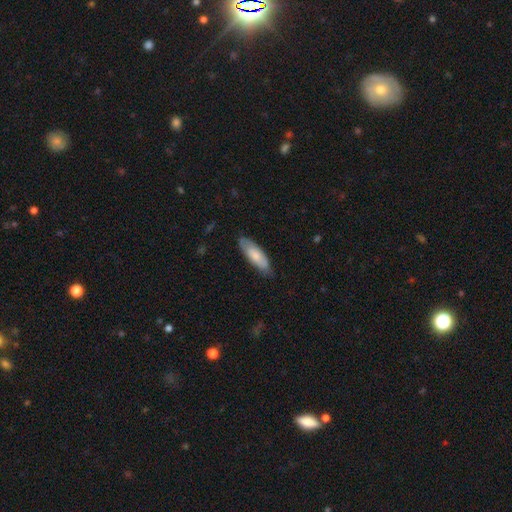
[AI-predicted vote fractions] smooth_or_featured: smooth (p=0.75) [alt: featured or disk p=0.20]
how_rounded: in between (p=0.58) [alt: cigar-shaped p=0.40]
merging: none (p=0.77) [alt: minor disturbance p=0.19]